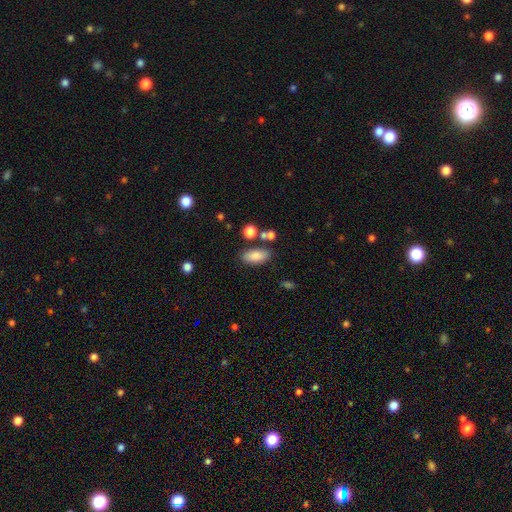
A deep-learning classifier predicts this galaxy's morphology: Smooth or featured?
  - smooth: 84% *
  - featured or disk: 8%
  - star or artifact: 8%
How rounded?
  - in between: 87% *
  - cigar-shaped: 9%
  - round: 4%
Merging?
  - none: 77% *
  - minor disturbance: 12%
  - merger: 7%
  - major disturbance: 4%